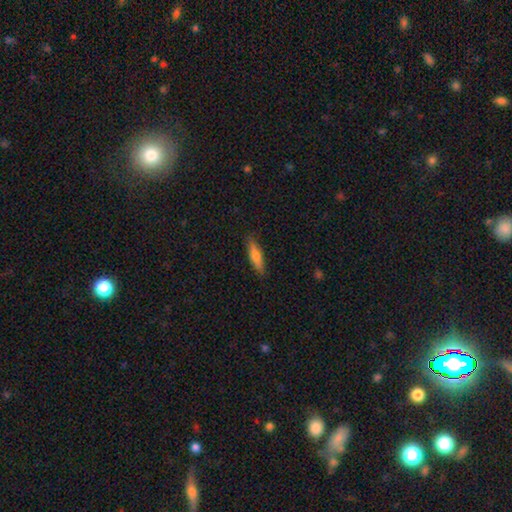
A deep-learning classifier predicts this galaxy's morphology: The model was most divided on "how rounded": cigar-shaped: 66%, in between: 32%, round: 2%. More confident: merging — none (86%); smooth or featured — smooth (68%).